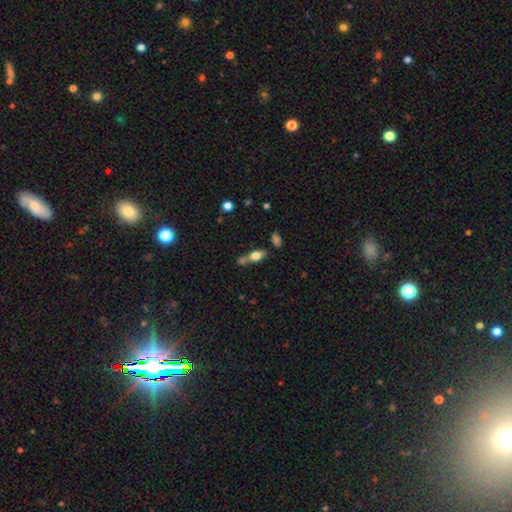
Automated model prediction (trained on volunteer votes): A smooth galaxy with no disk features (69%) that is in between round and cigar-shaped (76%).

Vote fractions:
- Smooth or featured? smooth: 69% / featured or disk: 22% / star or artifact: 9%
- How rounded? in between: 76% / cigar-shaped: 17% / round: 7%
- Merging? none: 49% / merger: 31% / minor disturbance: 14% / major disturbance: 6%